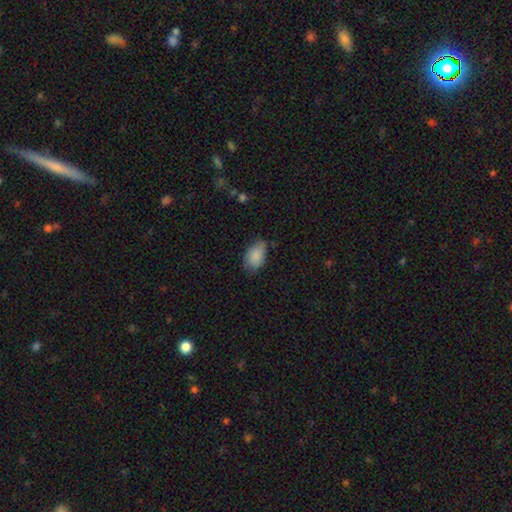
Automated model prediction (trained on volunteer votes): This appears to be a smooth galaxy with no disk features (86%) that is in between round and cigar-shaped (91%). Merging: none (61%).